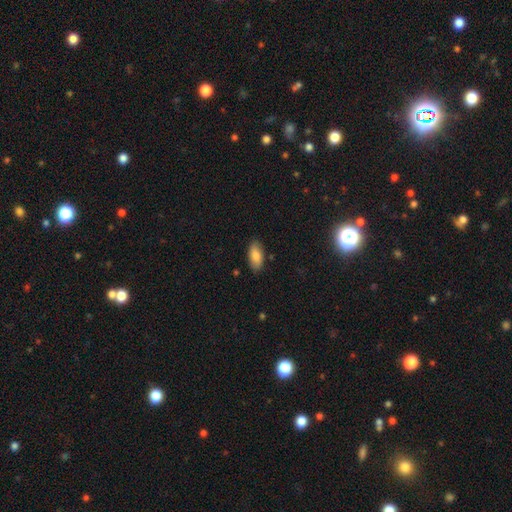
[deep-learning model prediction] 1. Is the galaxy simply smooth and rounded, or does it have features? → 82% smooth, 11% featured or disk, 7% star or artifact.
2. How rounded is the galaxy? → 91% in between, 7% cigar-shaped, 2% round.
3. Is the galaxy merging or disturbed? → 84% none, 12% minor disturbance, 2% major disturbance, 1% merger.